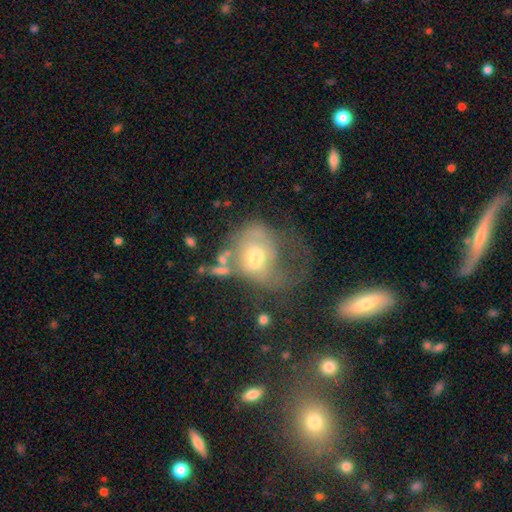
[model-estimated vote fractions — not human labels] Q: Smooth or featured?
A: featured or disk (52%); runner-up: smooth (37%)
Q: Edge-on disk?
A: no (95%); runner-up: yes (5%)
Q: Merging?
A: major disturbance (50%); runner-up: none (20%)